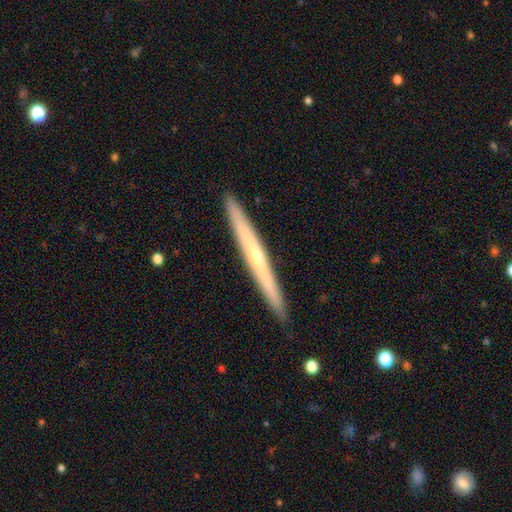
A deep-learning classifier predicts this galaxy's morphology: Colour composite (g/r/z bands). It shows a featured or disk galaxy (61%) viewed edge-on (97%) with no central bulge (55%). Merging: none (92%).